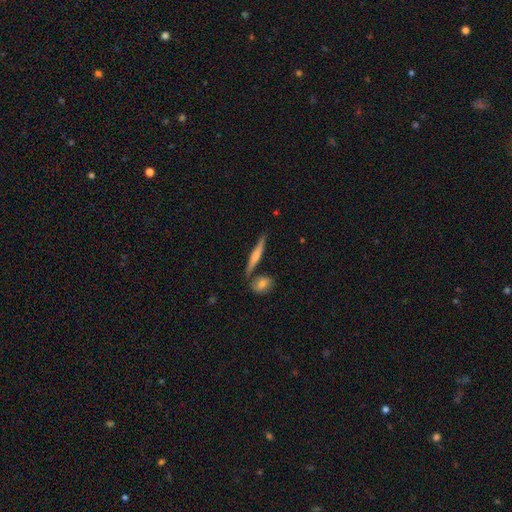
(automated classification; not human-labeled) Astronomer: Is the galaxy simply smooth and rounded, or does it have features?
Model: smooth — 52% (runner-up: featured or disk, 43%).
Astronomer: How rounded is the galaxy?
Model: cigar-shaped — 90%.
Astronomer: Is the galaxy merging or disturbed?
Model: none — 77%.